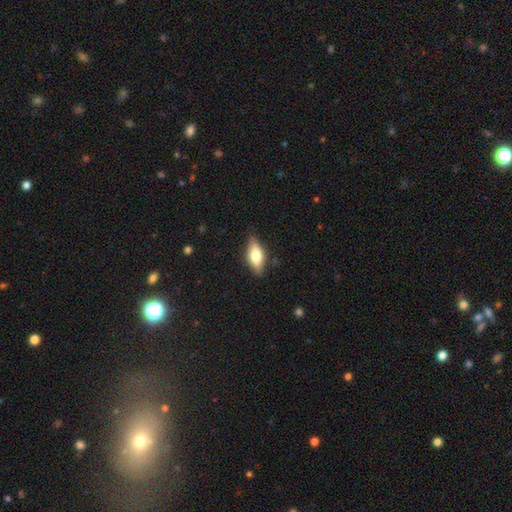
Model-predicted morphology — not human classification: The model was most divided on "smooth or featured": smooth: 52%, featured or disk: 41%, star or artifact: 7%. More confident: merging — none (82%); how rounded — in between (72%).